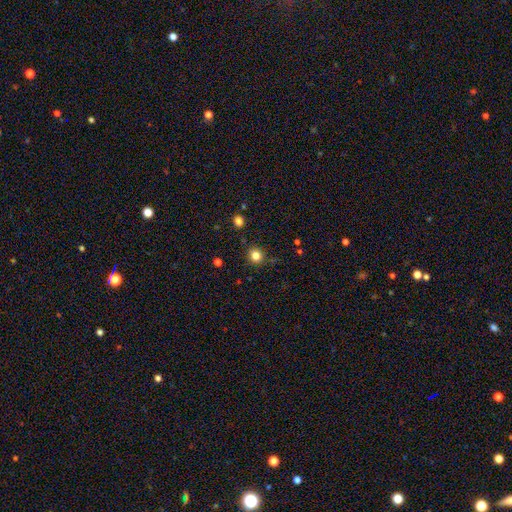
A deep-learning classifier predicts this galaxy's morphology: Smooth or featured: smooth — 82% (star or artifact — 13%)
How rounded: round — 89% (in between — 10%)
Merging: none — 87% (minor disturbance — 8%)